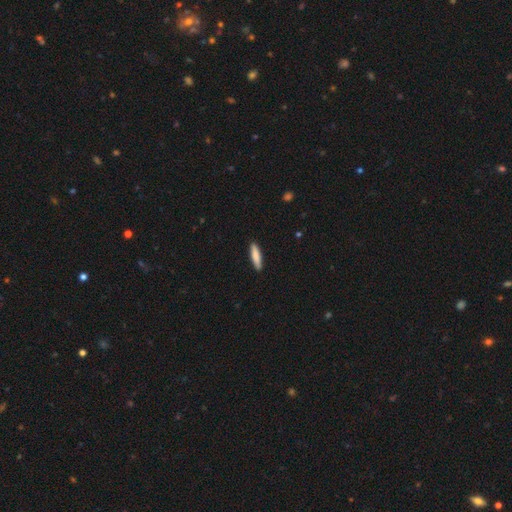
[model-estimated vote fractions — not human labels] A smooth galaxy with no disk features (81%) that is cigar-shaped (80%). Merging: none (90%).